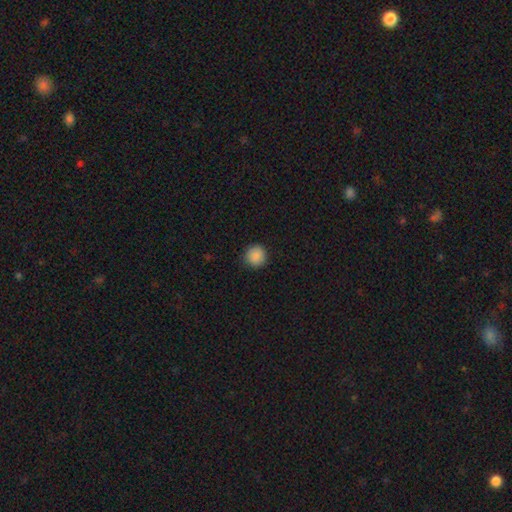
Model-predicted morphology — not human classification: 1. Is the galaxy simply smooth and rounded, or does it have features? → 88% smooth, 9% star or artifact, 3% featured or disk.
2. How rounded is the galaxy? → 94% round, 5% in between, 1% cigar-shaped.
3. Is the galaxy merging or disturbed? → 90% none, 7% minor disturbance, 2% major disturbance, 1% merger.